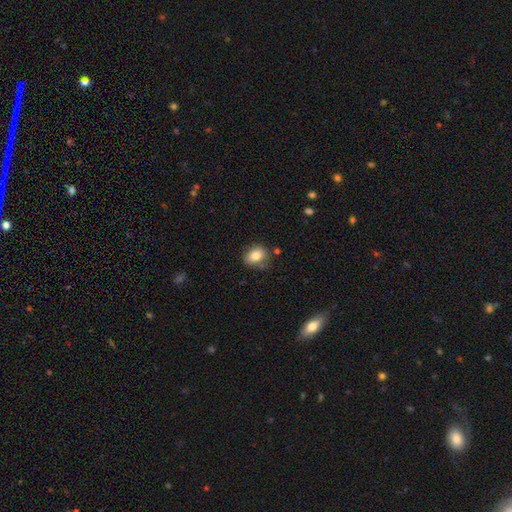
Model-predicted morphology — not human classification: A smooth galaxy with no disk features (81%) that is in between round and cigar-shaped (61%).

Vote fractions:
- Smooth or featured? smooth: 81% / featured or disk: 10% / star or artifact: 9%
- How rounded? in between: 61% / round: 38% / cigar-shaped: 1%
- Merging? none: 72% / minor disturbance: 19% / merger: 4% / major disturbance: 4%